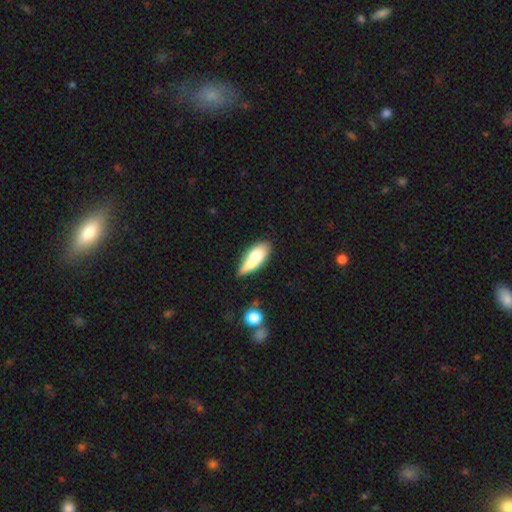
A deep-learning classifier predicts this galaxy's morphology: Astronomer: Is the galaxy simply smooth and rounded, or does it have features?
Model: smooth — 69%.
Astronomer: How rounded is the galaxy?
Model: in between — 75%.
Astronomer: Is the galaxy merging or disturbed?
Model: none — 40% (runner-up: merger, 27%).